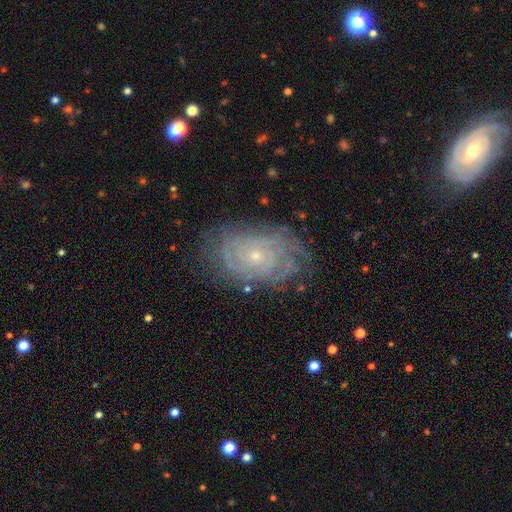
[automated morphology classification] smooth_or_featured: featured or disk (p=0.82) [alt: smooth p=0.10]
disk_edge_on: no (p=0.96) [alt: yes p=0.04]
bar: no (p=0.80) [alt: weak p=0.16]
has_spiral_arms: yes (p=0.95) [alt: no p=0.05]
spiral_winding: tight (p=0.80) [alt: medium p=0.16]
spiral_arm_count: can't tell (p=0.41) [alt: 2 p=0.15]
bulge_size: small (p=0.76) [alt: moderate p=0.20]
merging: none (p=0.78) [alt: minor disturbance p=0.16]